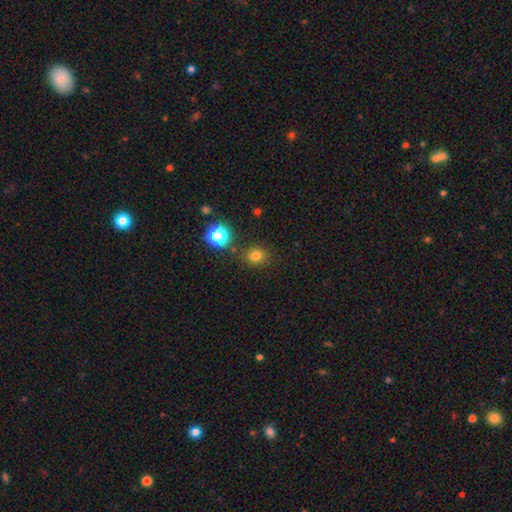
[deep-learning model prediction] Smooth or featured? Predicted: smooth (p=0.76). How rounded? Predicted: round (p=0.74). Merging? Predicted: none (p=0.83).